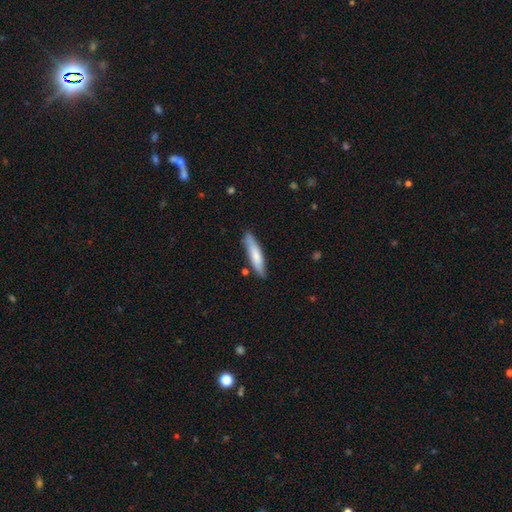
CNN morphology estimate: Smooth or featured?
  - smooth: 72% *
  - featured or disk: 23%
  - star or artifact: 5%
How rounded?
  - cigar-shaped: 84% *
  - in between: 15%
  - round: 1%
Merging?
  - none: 80% *
  - minor disturbance: 15%
  - merger: 3%
  - major disturbance: 2%